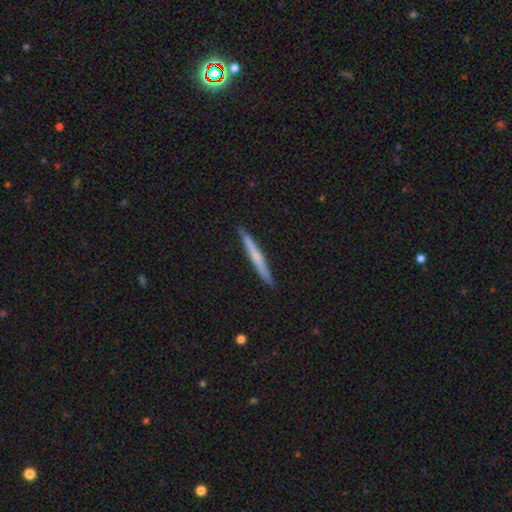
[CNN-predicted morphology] Overall: smooth (49%; featured or disk 45%). Merging: none (91%).